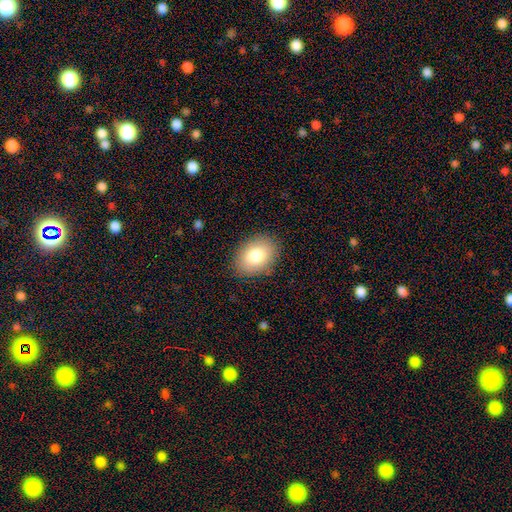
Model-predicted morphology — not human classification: smooth 81%, featured or disk 11%, star or artifact 8%. Down the decision tree: how rounded — in between (77%); merging — none (87%).